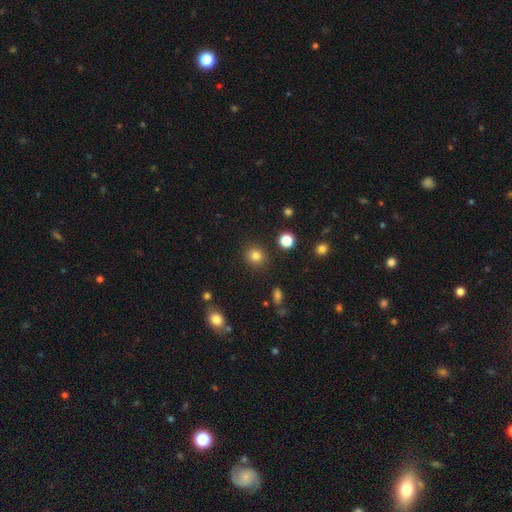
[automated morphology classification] The model was most divided on "smooth or featured": smooth: 81%, star or artifact: 13%, featured or disk: 6%. More confident: merging — none (89%); how rounded — round (86%).